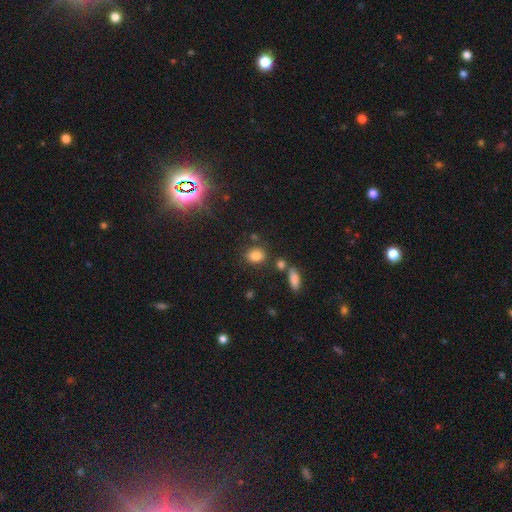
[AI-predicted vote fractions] Smooth or featured? Predicted: smooth (p=0.80). How rounded? Predicted: in between (p=0.57). Merging? Predicted: none (p=0.75).